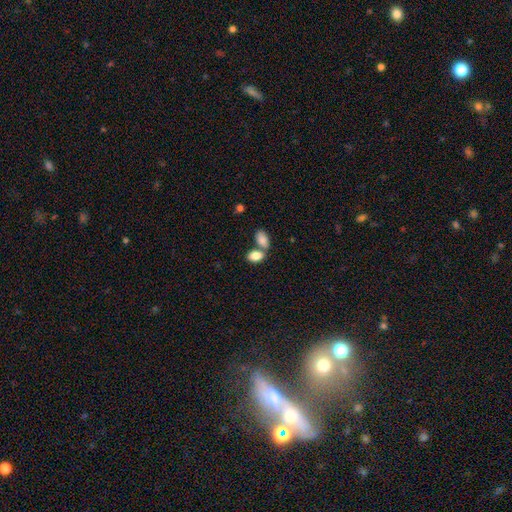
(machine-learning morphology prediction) Smooth or featured? smooth (85%)
How rounded? in between (90%)
Merging? merger (47%)